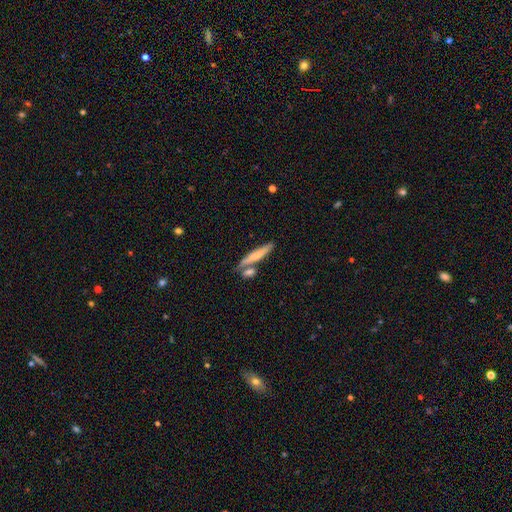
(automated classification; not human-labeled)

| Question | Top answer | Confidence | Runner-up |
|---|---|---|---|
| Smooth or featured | smooth | 65% | featured or disk (29%) |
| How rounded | cigar-shaped | 86% | in between (12%) |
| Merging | none | 64% | merger (21%) |